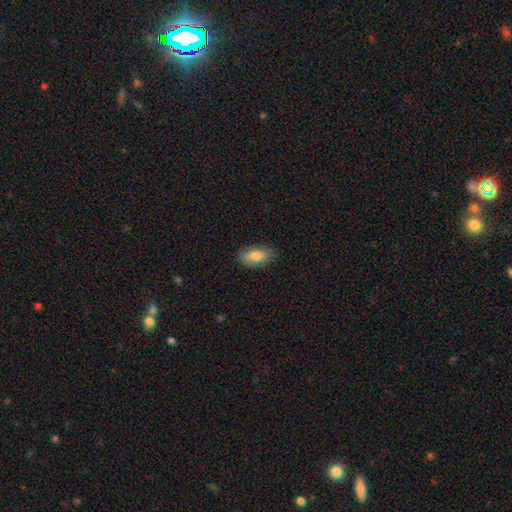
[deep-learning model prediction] A smooth galaxy with no disk features (80%) that is in between round and cigar-shaped (88%). Merging: none (84%).